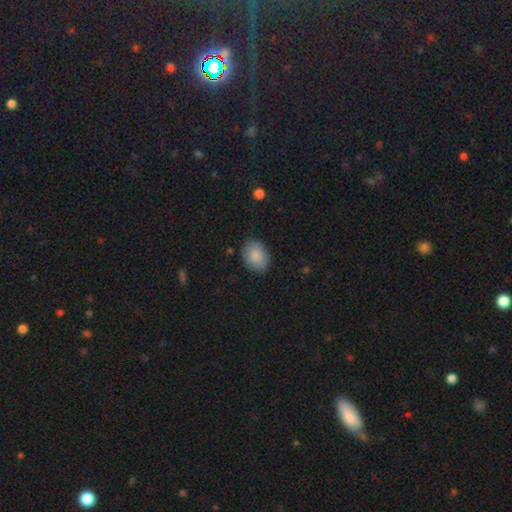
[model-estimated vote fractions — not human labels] Overall: smooth (87%). How rounded: in between (74%). Merging: none (84%).